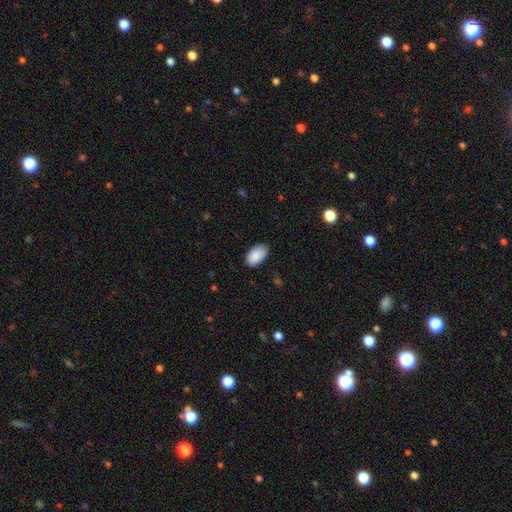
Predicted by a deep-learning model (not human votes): smooth-or-featured: smooth: 89% | star or artifact: 6% | featured or disk: 5%
  how-rounded: in between: 95% | round: 4% | cigar-shaped: 1%
  merging: none: 82% | minor disturbance: 14% | major disturbance: 2% | merger: 1%